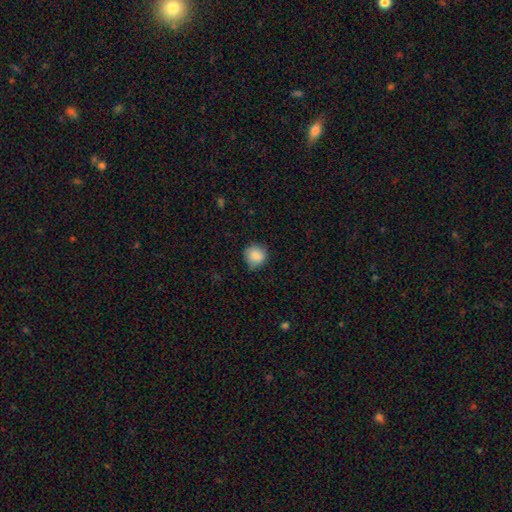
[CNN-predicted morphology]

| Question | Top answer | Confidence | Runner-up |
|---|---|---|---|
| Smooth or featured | smooth | 88% | star or artifact (8%) |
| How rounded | round | 87% | in between (12%) |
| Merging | none | 73% | minor disturbance (22%) |